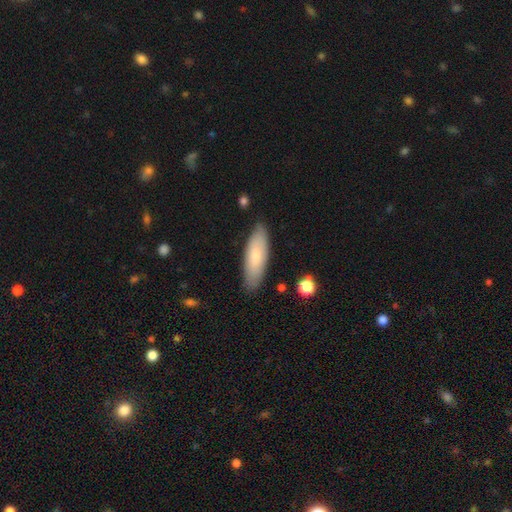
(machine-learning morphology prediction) smooth 74%, featured or disk 20%, star or artifact 6%. Down the decision tree: how rounded — in between (55%); merging — none (84%).